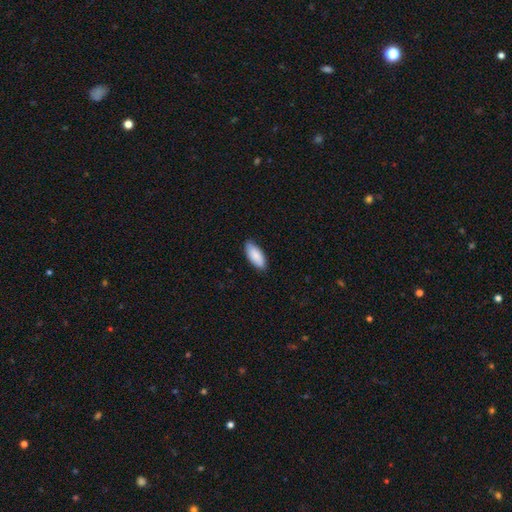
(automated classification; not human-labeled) Smooth or featured? Predicted: smooth (p=0.88). How rounded? Predicted: in between (p=0.84). Merging? Predicted: none (p=0.85).